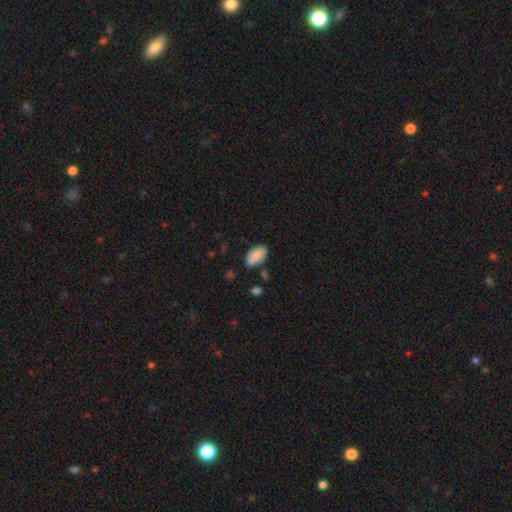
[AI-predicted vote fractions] Smooth or featured: smooth — 83% (featured or disk — 10%)
How rounded: in between — 94% (round — 4%)
Merging: none — 71% (minor disturbance — 20%)